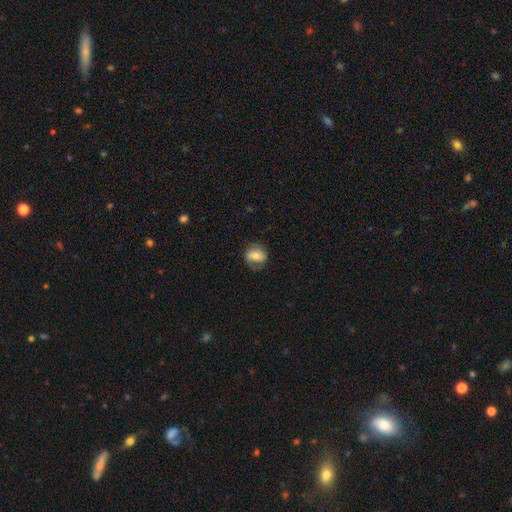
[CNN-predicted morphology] type=smooth (51%); roundness=round (53%); merging=none (69%).